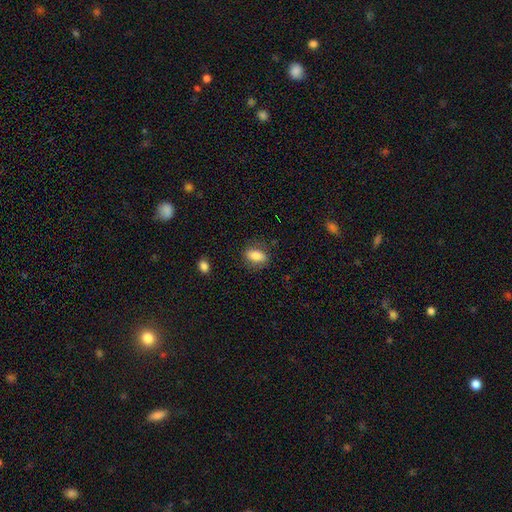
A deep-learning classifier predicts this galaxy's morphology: Smooth or featured: smooth — 83% (featured or disk — 10%)
How rounded: in between — 85% (round — 9%)
Merging: none — 80% (minor disturbance — 14%)